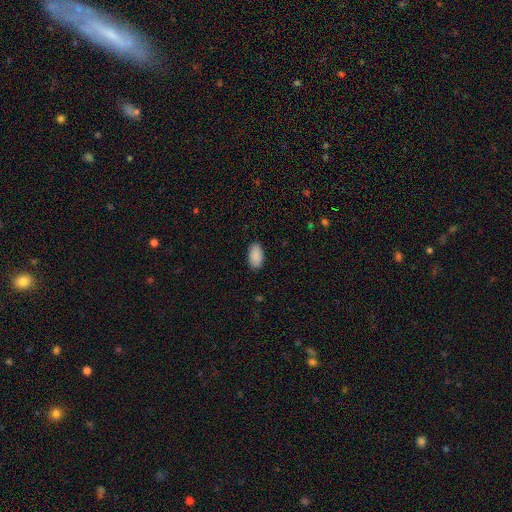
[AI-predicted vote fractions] The model was most divided on "merging": none: 88%, minor disturbance: 9%, major disturbance: 2%, merger: 1%. More confident: how rounded — in between (95%); smooth or featured — smooth (90%).